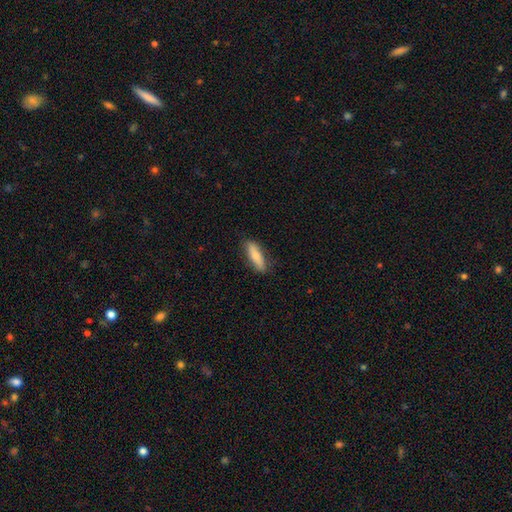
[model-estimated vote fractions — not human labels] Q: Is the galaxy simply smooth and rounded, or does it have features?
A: smooth — 70%.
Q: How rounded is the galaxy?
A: cigar-shaped — 50%.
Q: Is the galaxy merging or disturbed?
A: none — 84%.